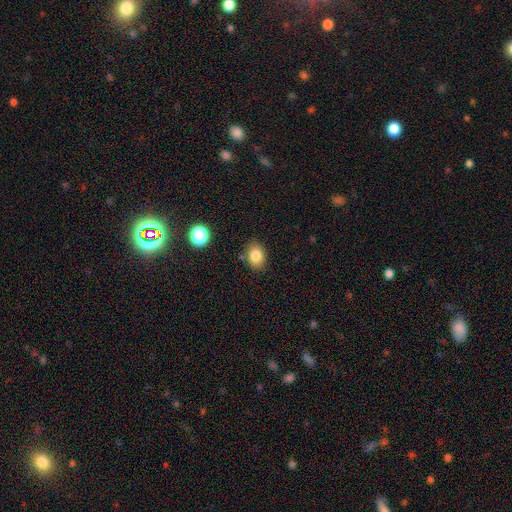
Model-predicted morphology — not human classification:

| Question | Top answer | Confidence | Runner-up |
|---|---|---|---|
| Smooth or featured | smooth | 82% | star or artifact (10%) |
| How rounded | in between | 68% | round (31%) |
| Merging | none | 81% | minor disturbance (13%) |